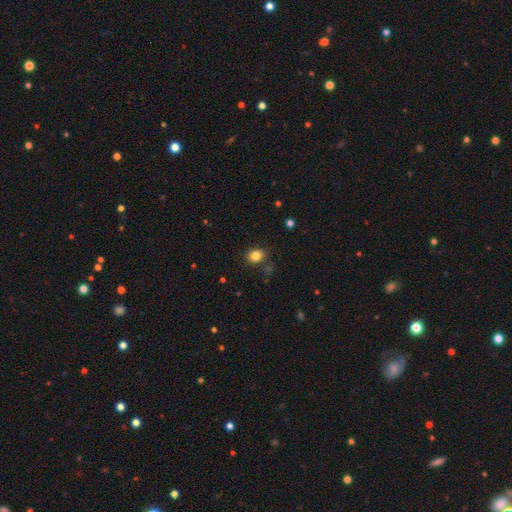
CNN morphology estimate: Q: Smooth or featured?
A: smooth (84%); runner-up: star or artifact (11%)
Q: How rounded?
A: in between (53%); runner-up: round (46%)
Q: Merging?
A: none (82%); runner-up: minor disturbance (11%)